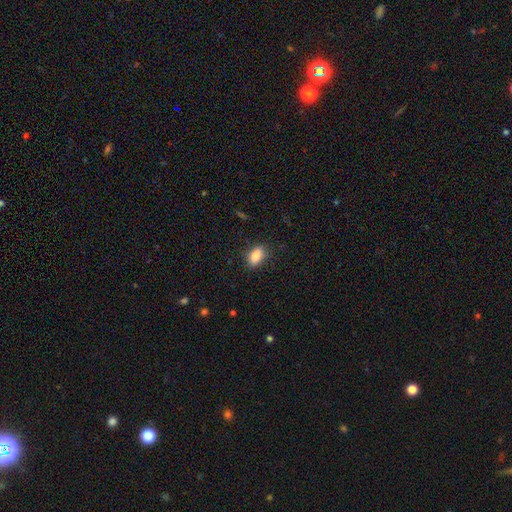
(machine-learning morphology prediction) Smooth or featured: smooth — 84% (star or artifact — 8%)
How rounded: in between — 87% (round — 9%)
Merging: none — 84% (minor disturbance — 12%)